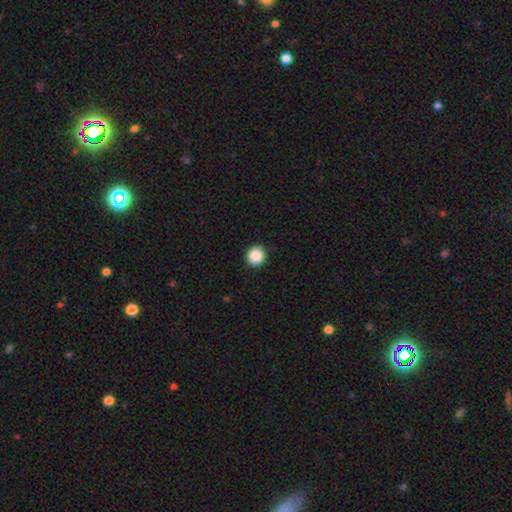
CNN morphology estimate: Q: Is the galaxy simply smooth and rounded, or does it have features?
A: smooth — 88%.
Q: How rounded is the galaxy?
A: round — 94%.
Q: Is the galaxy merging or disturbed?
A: none — 93%.